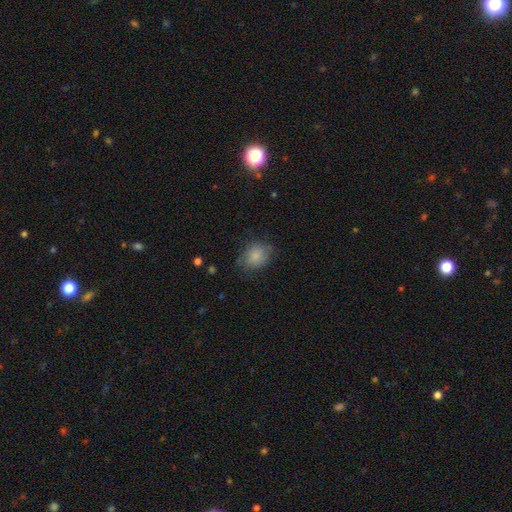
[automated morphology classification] Smooth or featured: smooth — 84% (star or artifact — 8%)
How rounded: round — 52% (in between — 47%)
Merging: none — 68% (minor disturbance — 24%)